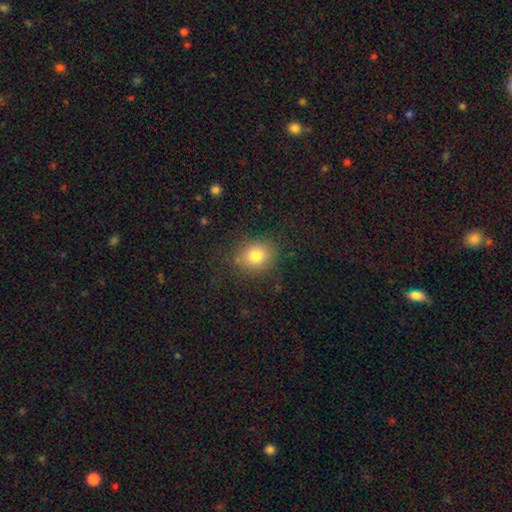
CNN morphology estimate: The model was most divided on "how rounded": round: 69%, in between: 30%, cigar-shaped: 1%. More confident: merging — none (82%); smooth or featured — smooth (79%).